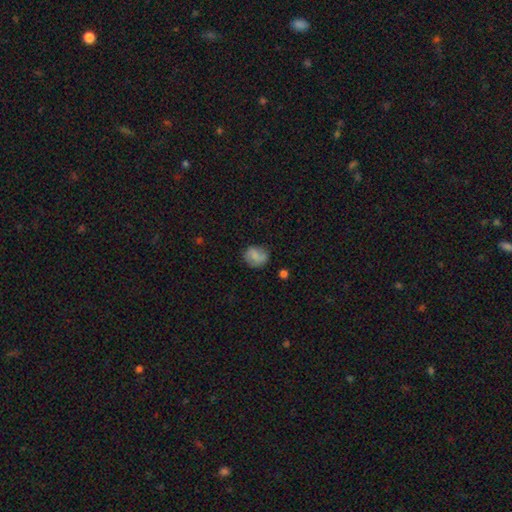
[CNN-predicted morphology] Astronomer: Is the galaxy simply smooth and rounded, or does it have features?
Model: smooth — 69%.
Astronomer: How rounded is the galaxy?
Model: round — 68%.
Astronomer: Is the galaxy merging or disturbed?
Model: none — 70%.